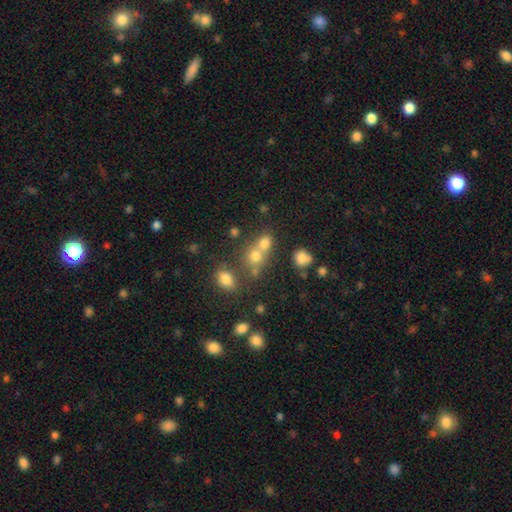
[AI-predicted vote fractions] A smooth galaxy with no disk features (59%) that is round (74%). Merging: merger (47%).